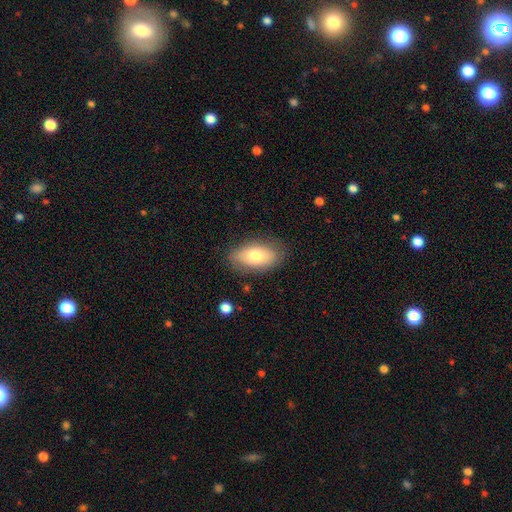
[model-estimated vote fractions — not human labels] smooth_or_featured: smooth (p=0.72) [alt: featured or disk p=0.21]
how_rounded: in between (p=0.91) [alt: round p=0.05]
merging: none (p=0.80) [alt: minor disturbance p=0.15]